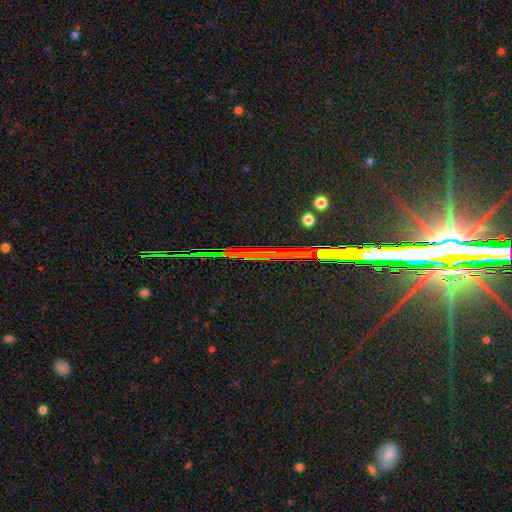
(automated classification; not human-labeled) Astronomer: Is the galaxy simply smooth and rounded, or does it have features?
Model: star or artifact — 78%.